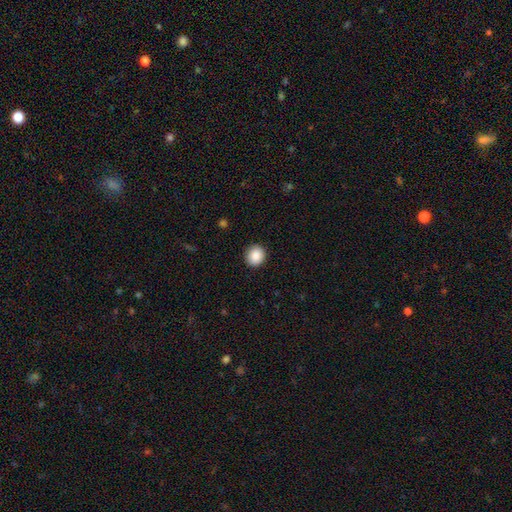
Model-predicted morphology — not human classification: This appears to be a smooth galaxy with no disk features (88%) that is round (84%). Merging: none (91%).